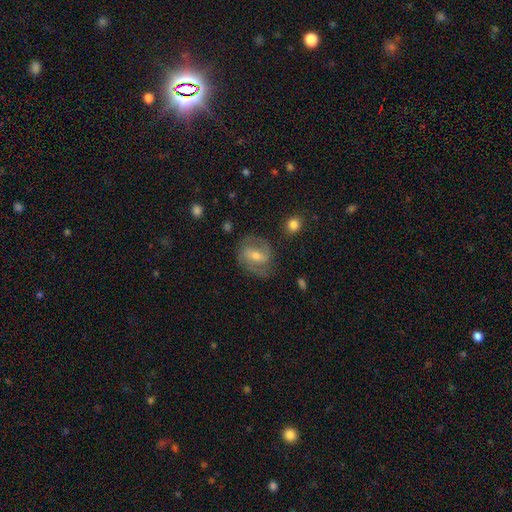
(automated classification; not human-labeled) The model was most divided on "bar": weak: 44%, strong: 38%, no: 18%. More confident: edge-on disk — no (96%); spiral arms — yes (89%); spiral arm count — 2 (85%); merging — none (75%); smooth or featured — featured or disk (74%); bulge size — moderate (55%); spiral winding — medium (51%).